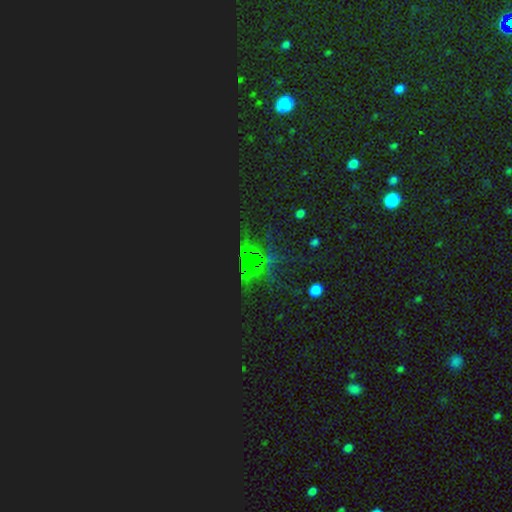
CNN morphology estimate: smooth-or-featured: star or artifact: 72% | smooth: 17% | featured or disk: 10%